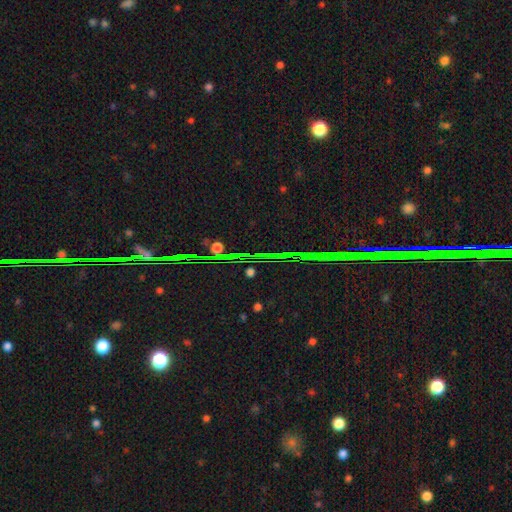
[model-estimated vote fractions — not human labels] Smooth or featured?
  - star or artifact: 86% *
  - featured or disk: 8%
  - smooth: 7%